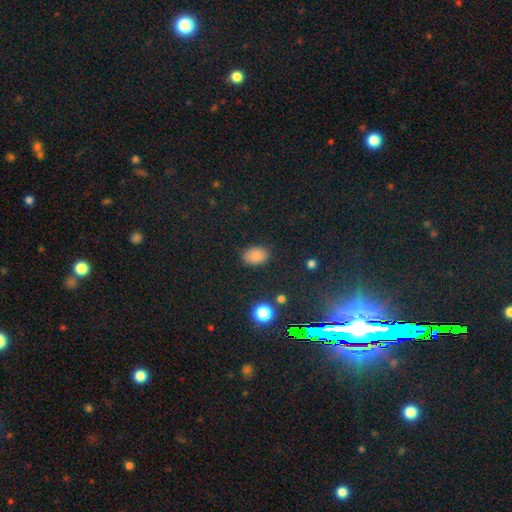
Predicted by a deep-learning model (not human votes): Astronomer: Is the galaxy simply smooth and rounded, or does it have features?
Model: smooth — 85%.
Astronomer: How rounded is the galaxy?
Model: in between — 82%.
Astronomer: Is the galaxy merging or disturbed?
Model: none — 85%.